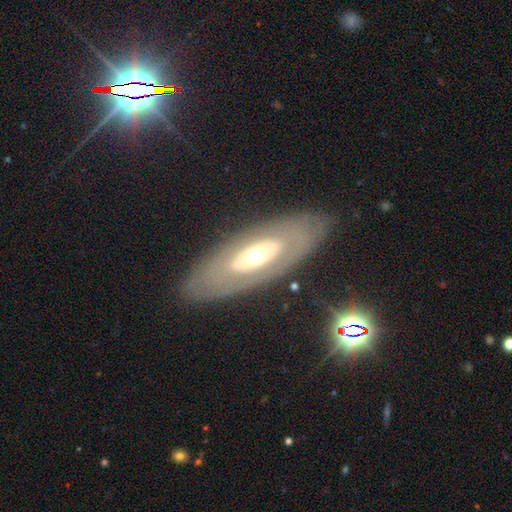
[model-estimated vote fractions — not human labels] Smooth or featured?
  - featured or disk: 64% *
  - smooth: 30%
  - star or artifact: 6%
Edge-on disk?
  - no: 84% *
  - yes: 16%
Bar?
  - no: 87% *
  - weak: 8%
  - strong: 4%
Spiral arms?
  - no: 86% *
  - yes: 14%
Bulge size?
  - moderate: 66% *
  - small: 17%
  - large: 14%
  - dominant: 2%
  - none: 1%
Merging?
  - none: 83% *
  - minor disturbance: 10%
  - major disturbance: 5%
  - merger: 2%